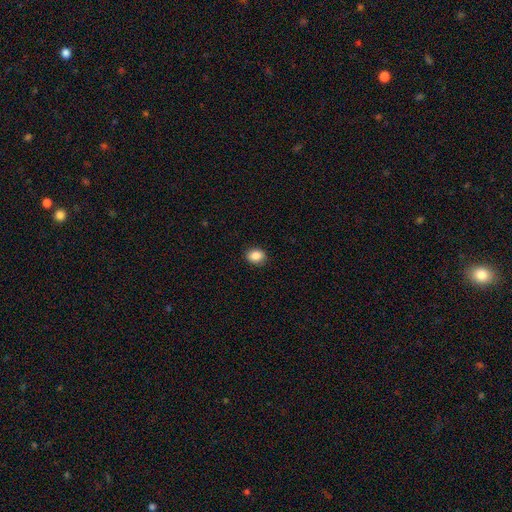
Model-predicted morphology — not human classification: smooth 87%, star or artifact 9%, featured or disk 4%. Down the decision tree: how rounded — in between (52%); merging — none (90%).